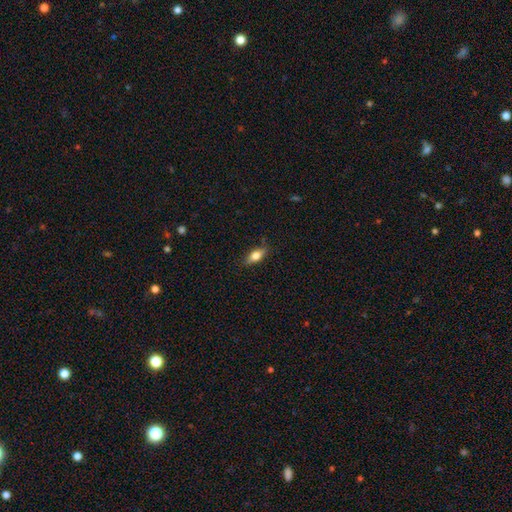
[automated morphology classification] A smooth galaxy with no disk features (68%) that is in between round and cigar-shaped (74%). Merging: none (82%).